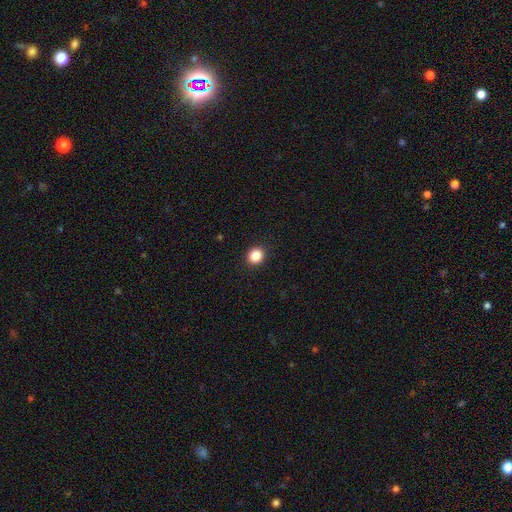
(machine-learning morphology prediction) Smooth or featured?
  - smooth: 87% *
  - star or artifact: 10%
  - featured or disk: 3%
How rounded?
  - round: 79% *
  - in between: 20%
  - cigar-shaped: 1%
Merging?
  - none: 92% *
  - minor disturbance: 6%
  - major disturbance: 2%
  - merger: 1%